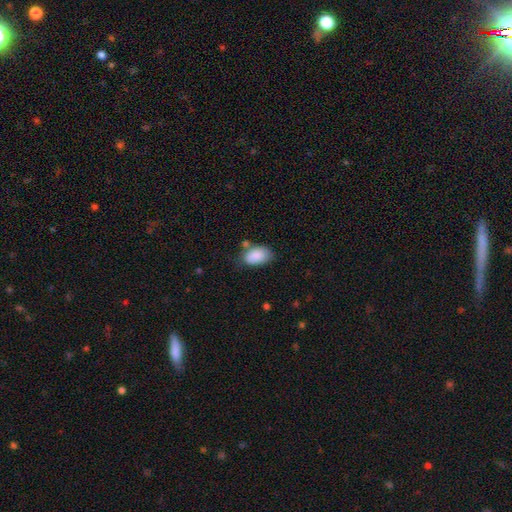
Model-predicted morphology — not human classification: smooth 86%, featured or disk 7%, star or artifact 7%. Down the decision tree: how rounded — in between (92%); merging — none (62%).